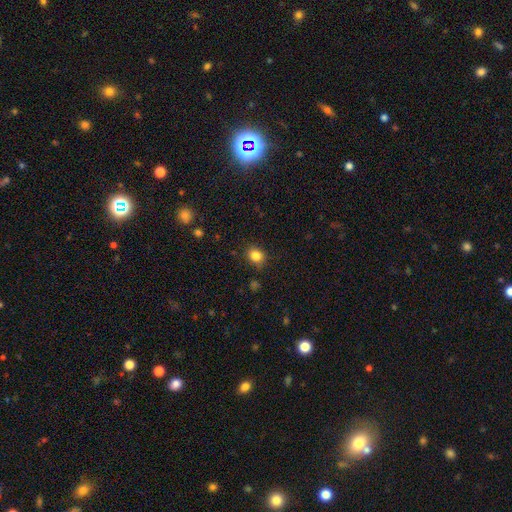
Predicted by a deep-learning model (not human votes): This is clearly a smooth galaxy (84%). How rounded: likely round (62%). Merging: clearly none (84%).